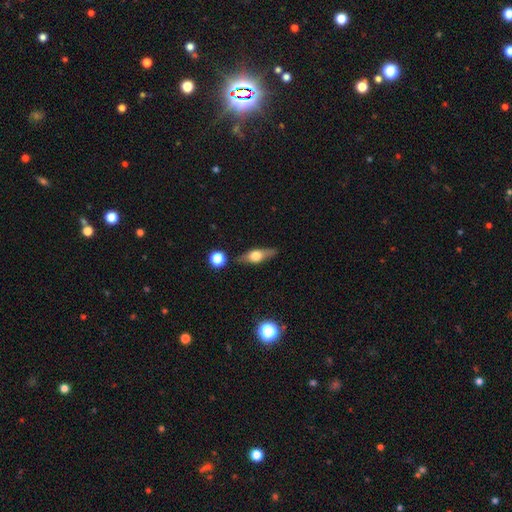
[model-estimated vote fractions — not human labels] This is possibly a featured or disk galaxy (56%). It is clearly viewed edge-on (90%). Edge-on bulge: clearly rounded (94%). Merging: clearly none (82%).